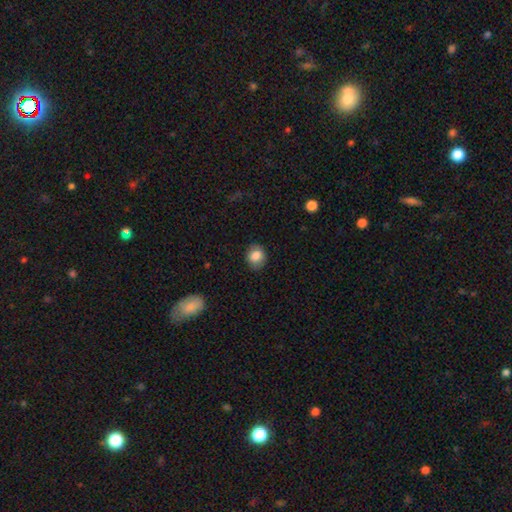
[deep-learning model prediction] Smooth or featured?
  - smooth: 84% *
  - star or artifact: 8%
  - featured or disk: 8%
How rounded?
  - round: 61% *
  - in between: 39%
  - cigar-shaped: 1%
Merging?
  - none: 85% *
  - minor disturbance: 12%
  - major disturbance: 3%
  - merger: 1%